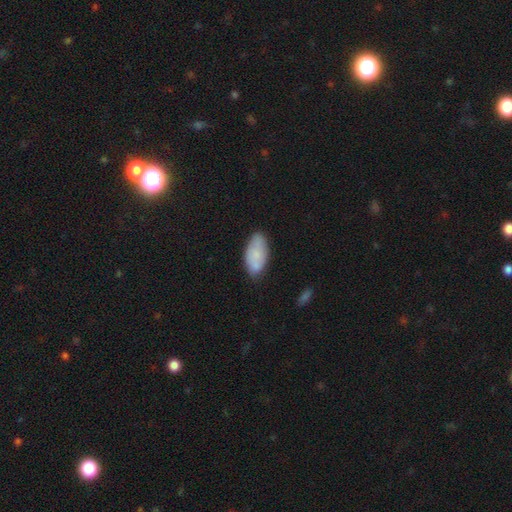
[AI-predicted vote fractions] Smooth or featured?
  - smooth: 79% *
  - featured or disk: 15%
  - star or artifact: 7%
How rounded?
  - in between: 93% *
  - cigar-shaped: 5%
  - round: 2%
Merging?
  - none: 75% *
  - minor disturbance: 19%
  - major disturbance: 4%
  - merger: 3%